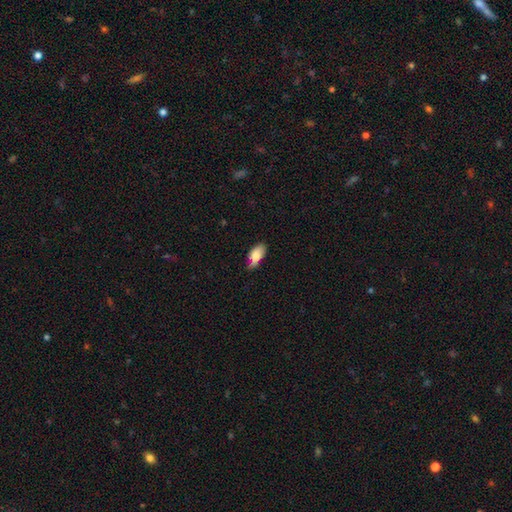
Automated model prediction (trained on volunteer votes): Smooth or featured? Predicted: smooth (p=0.79). How rounded? Predicted: in between (p=0.89). Merging? Predicted: none (p=0.55).